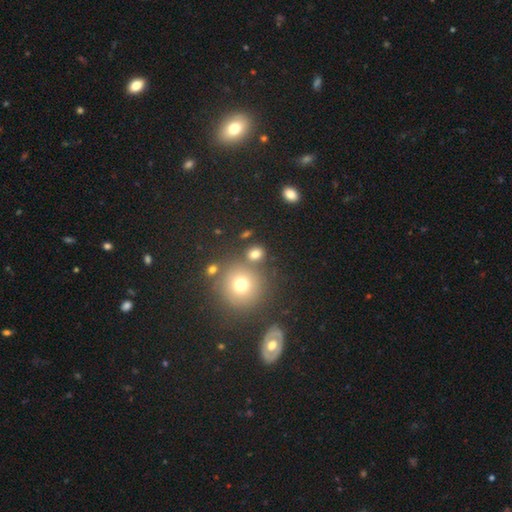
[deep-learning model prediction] This appears to be a smooth galaxy with no disk features (73%) that is round (65%). Merging: none (73%).